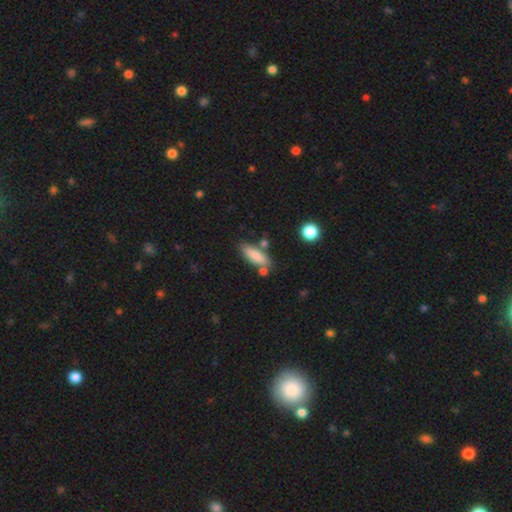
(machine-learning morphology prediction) Q: Smooth or featured?
A: smooth (84%); runner-up: featured or disk (10%)
Q: How rounded?
A: in between (59%); runner-up: cigar-shaped (39%)
Q: Merging?
A: none (69%); runner-up: minor disturbance (16%)